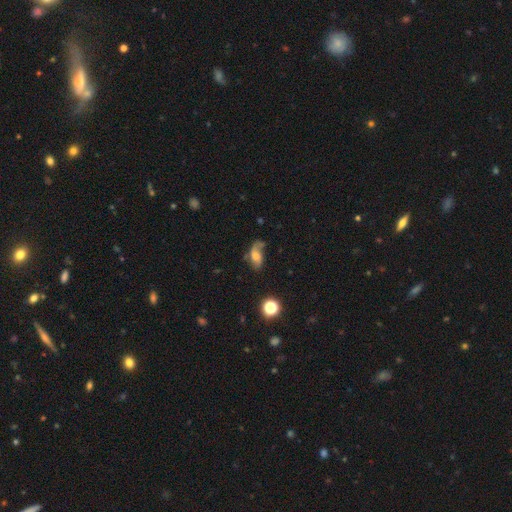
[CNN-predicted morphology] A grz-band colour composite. It shows a featured or disk galaxy (50%). Merging: none (44%).